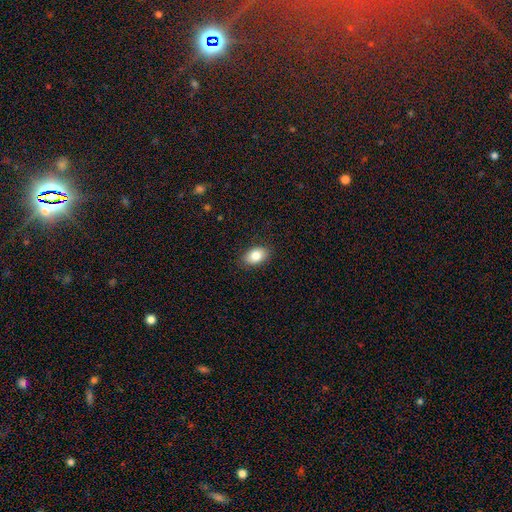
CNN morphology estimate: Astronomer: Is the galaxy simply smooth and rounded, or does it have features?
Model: smooth — 82%.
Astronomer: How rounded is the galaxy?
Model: in between — 88%.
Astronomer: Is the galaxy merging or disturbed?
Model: none — 88%.